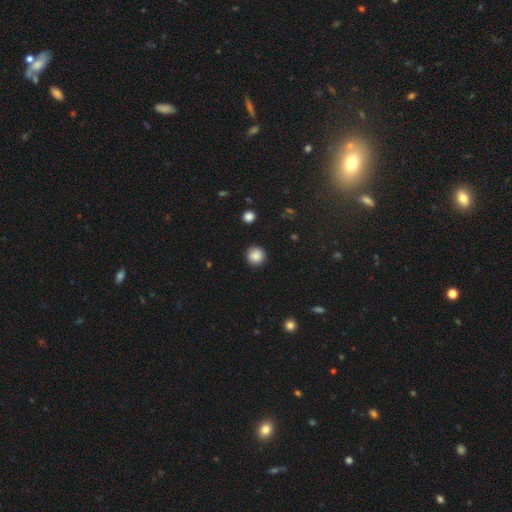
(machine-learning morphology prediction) type=smooth (86%); roundness=round (93%); merging=none (89%).